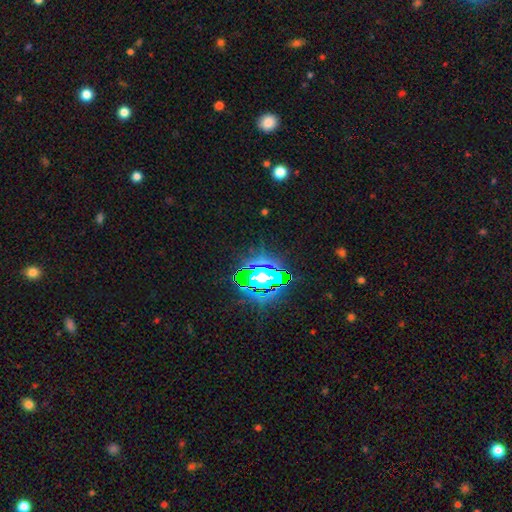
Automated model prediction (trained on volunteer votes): Overall: star or artifact (82%).